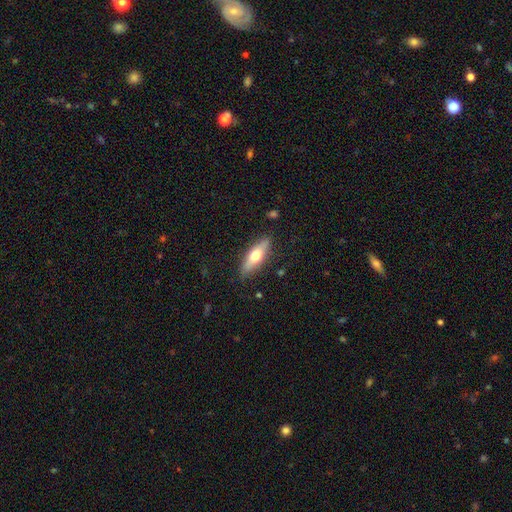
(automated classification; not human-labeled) This is possibly a smooth galaxy (52%). How rounded: possibly cigar-shaped (51%). Merging: clearly none (84%).